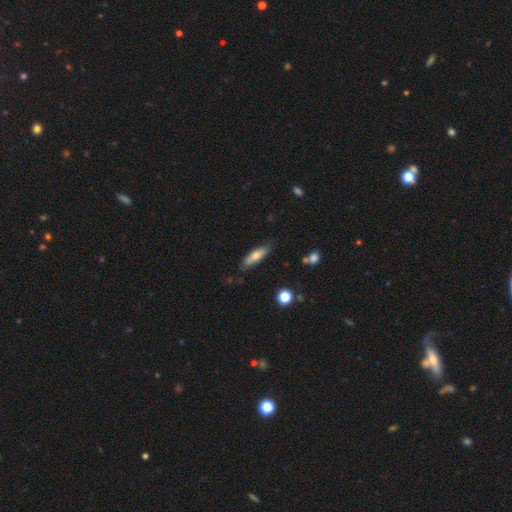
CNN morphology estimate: Smooth or featured?
  - smooth: 65% *
  - featured or disk: 29%
  - star or artifact: 6%
How rounded?
  - cigar-shaped: 62% *
  - in between: 35%
  - round: 2%
Merging?
  - none: 76% *
  - minor disturbance: 19%
  - major disturbance: 3%
  - merger: 2%